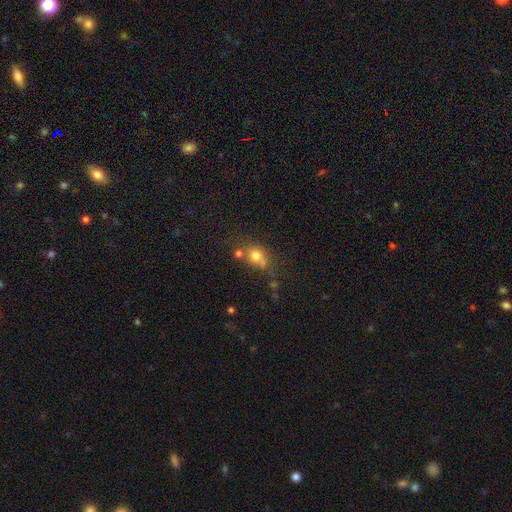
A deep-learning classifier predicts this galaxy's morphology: smooth_or_featured: smooth (p=0.74) [alt: star or artifact p=0.14]
how_rounded: round (p=0.67) [alt: in between p=0.31]
merging: none (p=0.50) [alt: merger p=0.26]